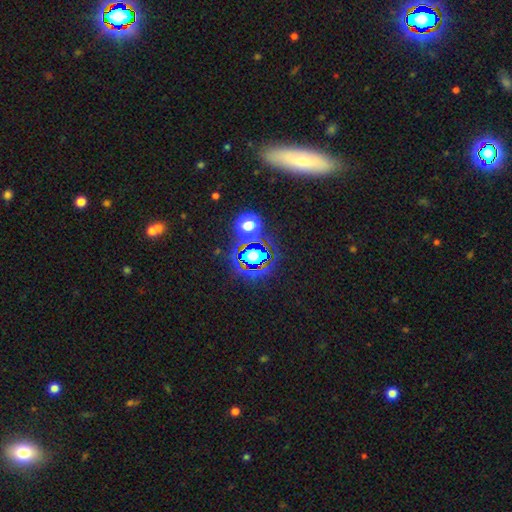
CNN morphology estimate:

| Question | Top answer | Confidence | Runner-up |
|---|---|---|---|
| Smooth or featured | star or artifact | 65% | smooth (23%) |